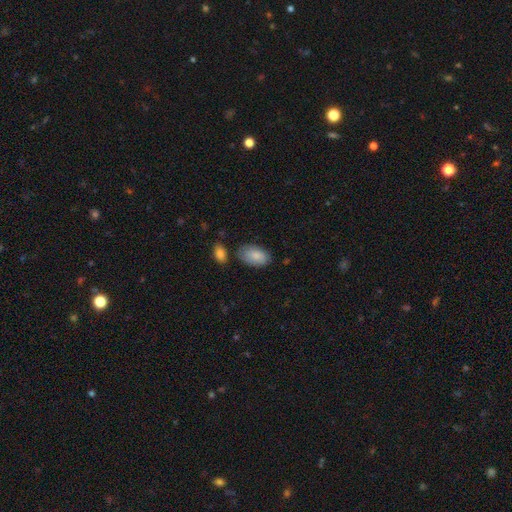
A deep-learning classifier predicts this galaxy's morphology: smooth 84%, featured or disk 10%, star or artifact 6%. Down the decision tree: how rounded — in between (94%); merging — none (74%).